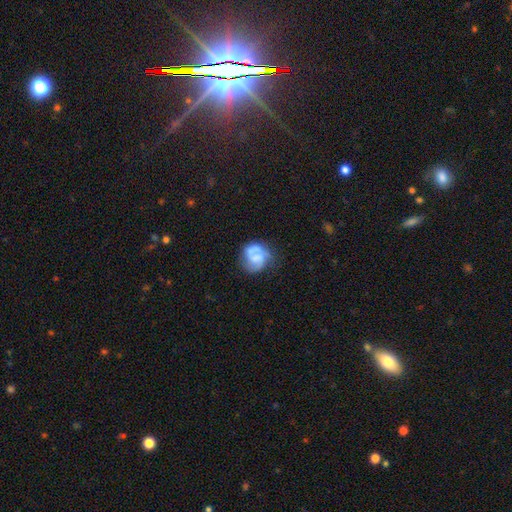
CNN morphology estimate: smooth-or-featured: featured or disk: 56% | smooth: 36% | star or artifact: 8%
  disk-edge-on: no: 98% | yes: 2%
    bar: no: 58% | weak: 32% | strong: 10%
    has-spiral-arms: yes: 74% | no: 26%
    bulge-size: none: 42% | small: 31% | moderate: 20% | large: 5% | dominant: 2%
  merging: none: 54% | minor disturbance: 25% | major disturbance: 15% | merger: 6%